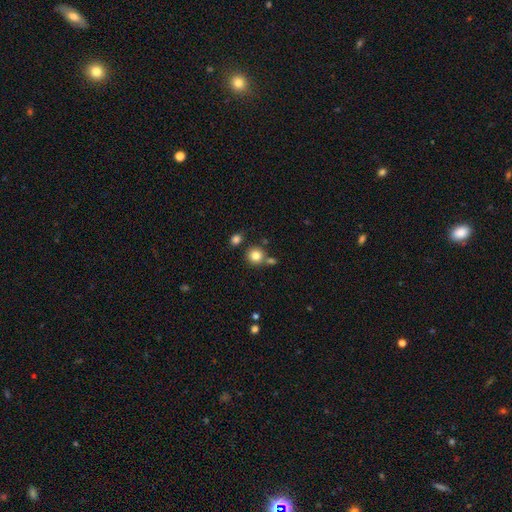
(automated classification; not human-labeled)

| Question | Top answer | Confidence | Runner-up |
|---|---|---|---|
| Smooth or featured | smooth | 82% | star or artifact (11%) |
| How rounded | round | 91% | in between (8%) |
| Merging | none | 74% | merger (14%) |